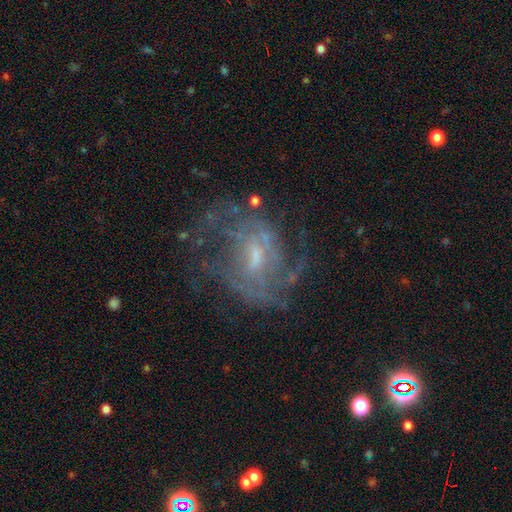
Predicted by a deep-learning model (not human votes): Q: Smooth or featured?
A: featured or disk (81%); runner-up: star or artifact (10%)
Q: Edge-on disk?
A: no (97%); runner-up: yes (3%)
Q: Bar?
A: weak (54%); runner-up: no (33%)
Q: Spiral arms?
A: yes (83%); runner-up: no (17%)
Q: Spiral winding?
A: medium (44%); runner-up: tight (32%)
Q: Spiral arm count?
A: can't tell (39%); runner-up: 2 (30%)
Q: Bulge size?
A: small (48%); runner-up: moderate (35%)
Q: Merging?
A: none (55%); runner-up: major disturbance (23%)